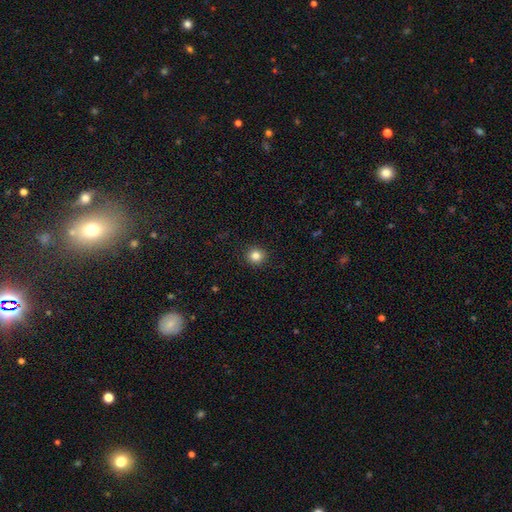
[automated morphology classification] This appears to be a smooth galaxy with no disk features (84%) that is round (93%). Merging: none (92%).